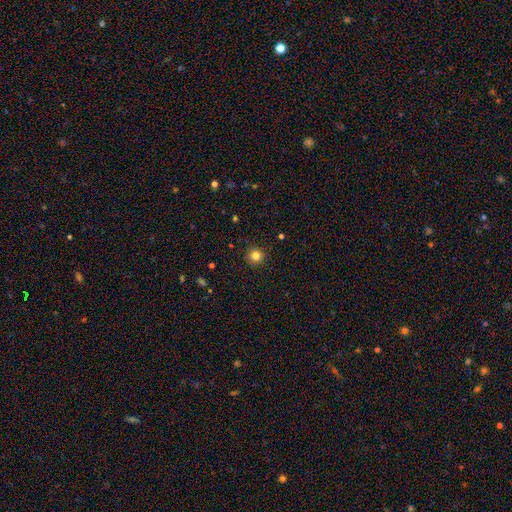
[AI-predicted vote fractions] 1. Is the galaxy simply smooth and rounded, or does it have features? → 82% smooth, 13% star or artifact, 5% featured or disk.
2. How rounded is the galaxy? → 95% round, 4% in between, 1% cigar-shaped.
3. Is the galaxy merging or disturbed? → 92% none, 5% minor disturbance, 2% major disturbance, 1% merger.